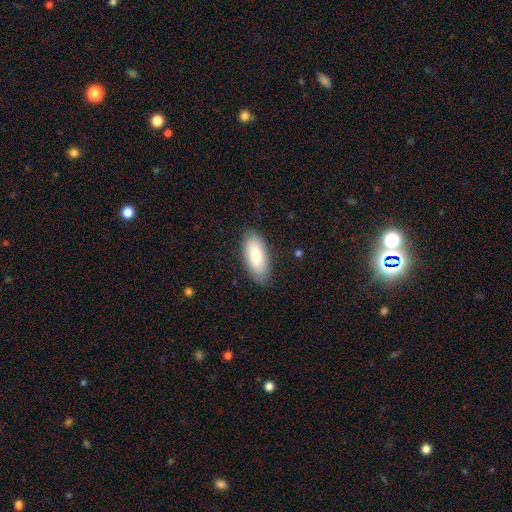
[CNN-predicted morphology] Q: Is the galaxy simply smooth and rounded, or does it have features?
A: smooth — 83%.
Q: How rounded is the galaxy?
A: in between — 85%.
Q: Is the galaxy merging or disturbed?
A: none — 84%.